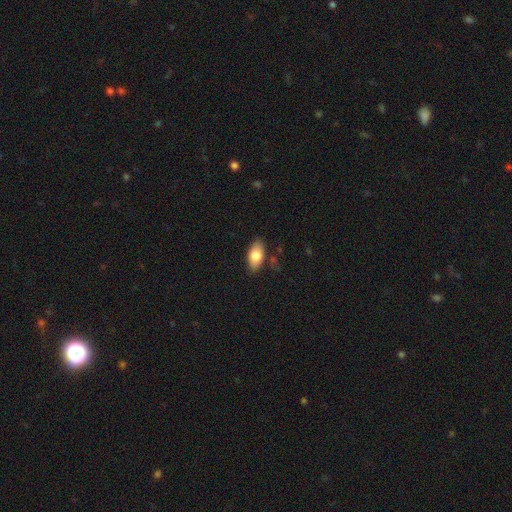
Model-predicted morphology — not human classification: Smooth or featured? Predicted: smooth (p=0.79). How rounded? Predicted: in between (p=0.90). Merging? Predicted: none (p=0.83).